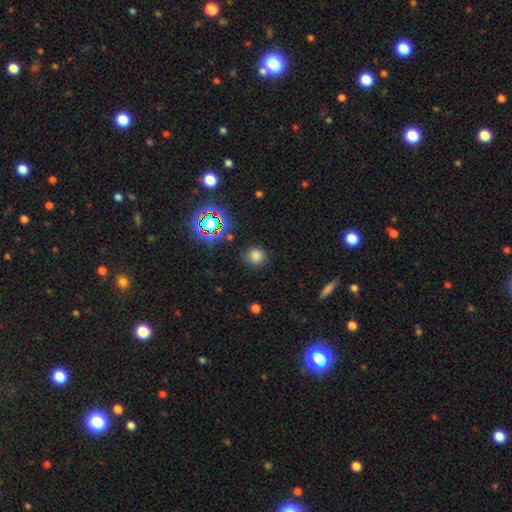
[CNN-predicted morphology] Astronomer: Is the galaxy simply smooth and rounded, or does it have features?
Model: smooth — 75%.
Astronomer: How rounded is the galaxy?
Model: round — 90%.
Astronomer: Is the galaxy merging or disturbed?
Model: none — 85%.